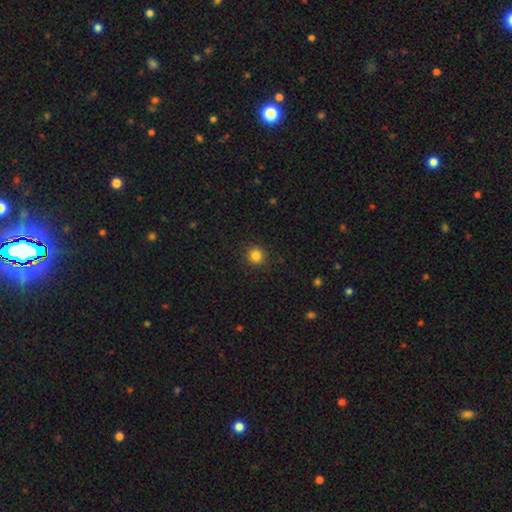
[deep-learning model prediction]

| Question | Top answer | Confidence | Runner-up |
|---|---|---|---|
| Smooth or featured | smooth | 84% | star or artifact (12%) |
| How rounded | round | 93% | in between (6%) |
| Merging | none | 91% | minor disturbance (6%) |